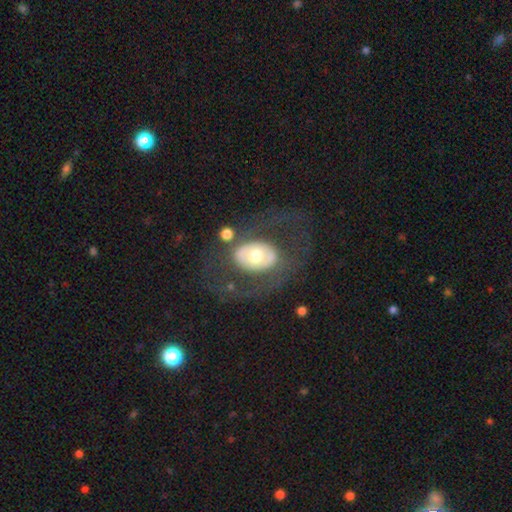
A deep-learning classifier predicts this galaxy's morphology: Smooth or featured: featured or disk — 61% (smooth — 33%)
Edge-on disk: no — 93% (yes — 7%)
Bar: no — 78% (weak — 15%)
Spiral arms: no — 65% (yes — 35%)
Bulge size: moderate — 67% (large — 20%)
Merging: none — 64% (major disturbance — 18%)